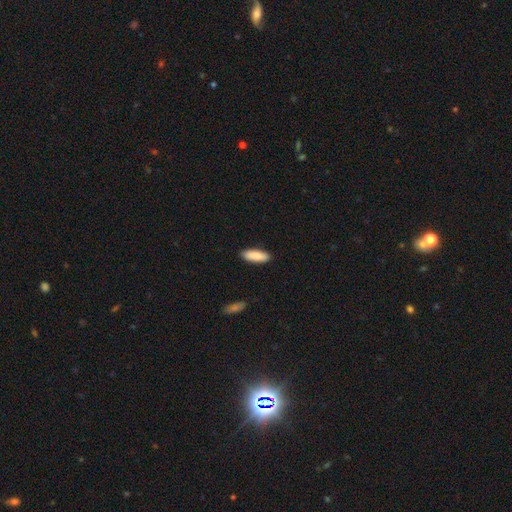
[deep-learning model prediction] The model was most divided on "how rounded": in between: 61%, cigar-shaped: 37%, round: 2%. More confident: merging — none (89%); smooth or featured — smooth (88%).